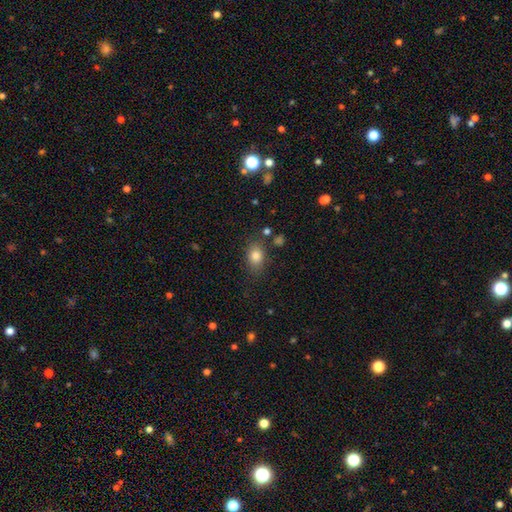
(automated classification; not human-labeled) Smooth or featured? Predicted: smooth (p=0.82). How rounded? Predicted: in between (p=0.72). Merging? Predicted: none (p=0.78).